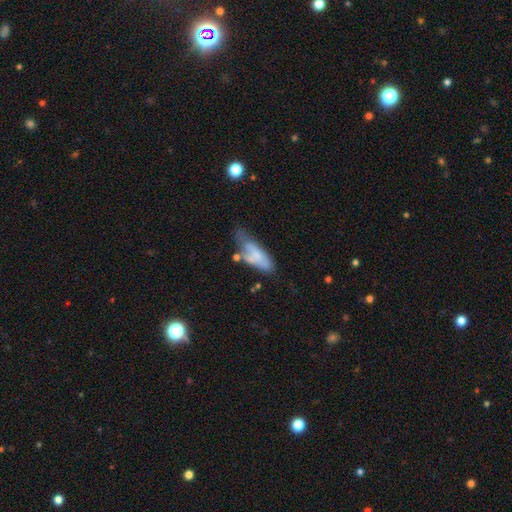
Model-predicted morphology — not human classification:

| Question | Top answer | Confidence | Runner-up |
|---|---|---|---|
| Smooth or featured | smooth | 59% | featured or disk (33%) |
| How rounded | in between | 70% | cigar-shaped (28%) |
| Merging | minor disturbance | 33% | none (30%) |